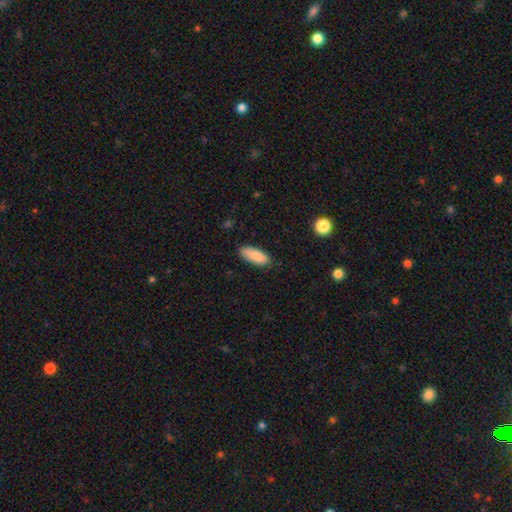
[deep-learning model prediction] smooth 88%, star or artifact 6%, featured or disk 5%. Down the decision tree: how rounded — in between (77%); merging — none (85%).